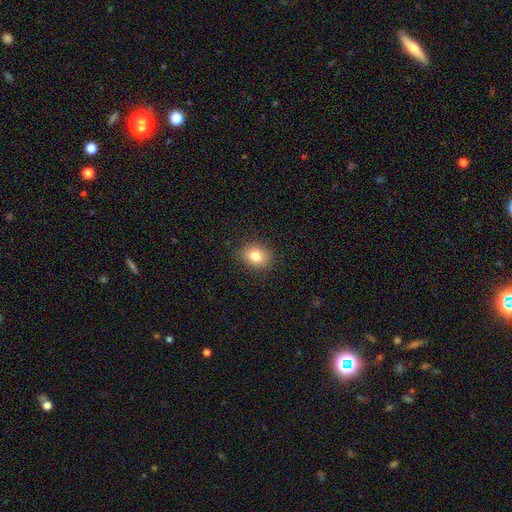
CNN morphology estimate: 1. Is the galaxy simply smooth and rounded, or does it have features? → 81% smooth, 10% star or artifact, 9% featured or disk.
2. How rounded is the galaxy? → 53% in between, 46% round, 1% cigar-shaped.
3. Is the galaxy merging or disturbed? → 87% none, 10% minor disturbance, 3% major disturbance, 1% merger.